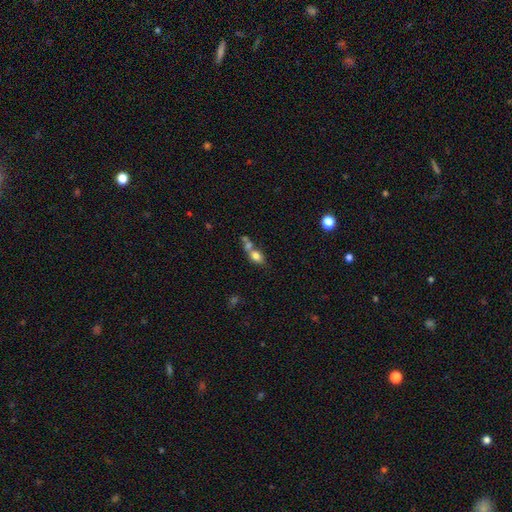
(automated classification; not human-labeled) smooth 74%, featured or disk 15%, star or artifact 10%. Down the decision tree: how rounded — in between (75%); merging — merger (50%).